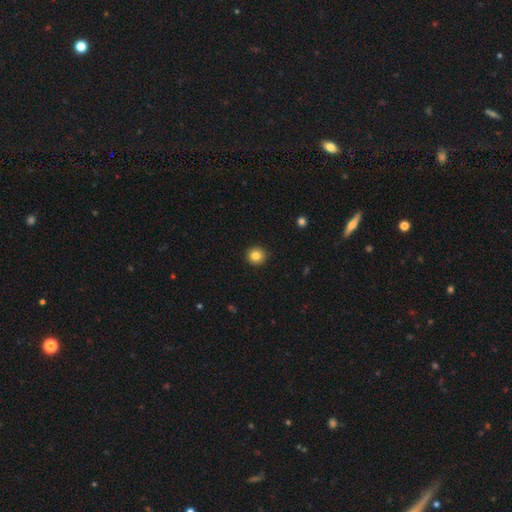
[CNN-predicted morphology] Q: Smooth or featured?
A: smooth (84%); runner-up: star or artifact (10%)
Q: How rounded?
A: round (93%); runner-up: in between (6%)
Q: Merging?
A: none (93%); runner-up: minor disturbance (5%)